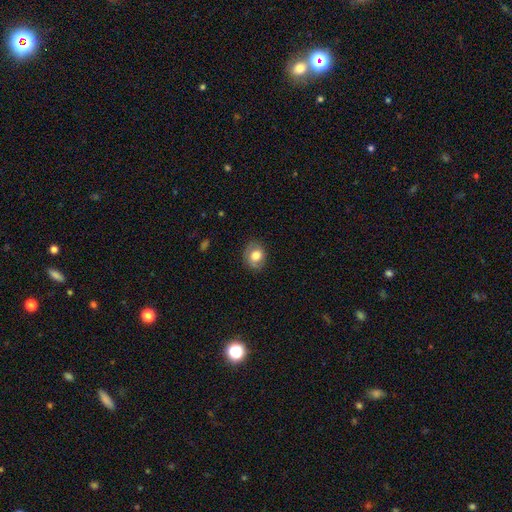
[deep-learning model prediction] This is likely a smooth galaxy (72%). How rounded: possibly round (60%). Merging: likely none (78%).